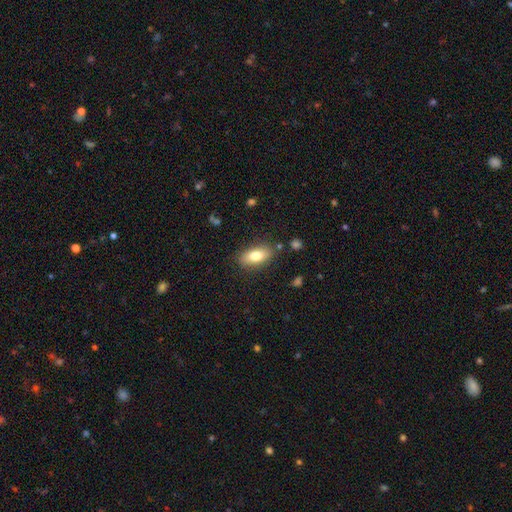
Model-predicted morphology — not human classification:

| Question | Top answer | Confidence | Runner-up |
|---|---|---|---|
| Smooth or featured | smooth | 78% | featured or disk (15%) |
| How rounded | in between | 87% | cigar-shaped (9%) |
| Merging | none | 84% | minor disturbance (11%) |